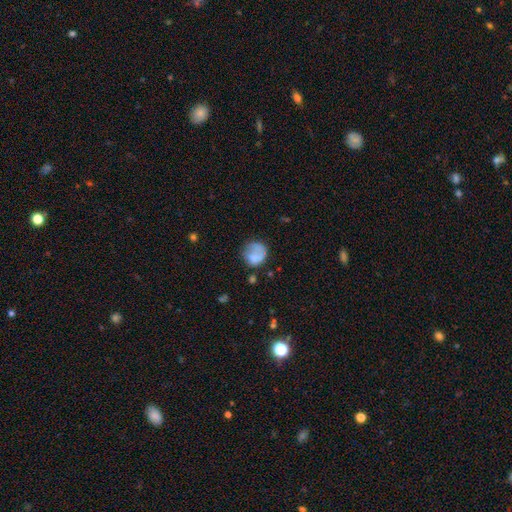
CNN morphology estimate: The model was most divided on "merging": none: 44%, minor disturbance: 25%, major disturbance: 24%, merger: 6%. More confident: how rounded — round (76%); smooth or featured — smooth (69%).